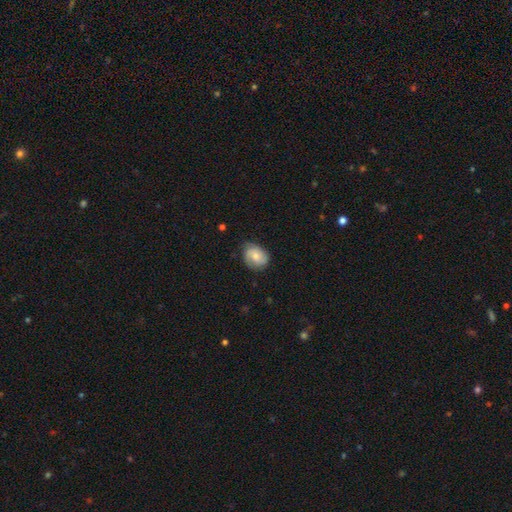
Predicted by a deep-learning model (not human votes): The model was most divided on "how rounded": round: 51%, in between: 48%, cigar-shaped: 1%. More confident: merging — none (67%); smooth or featured — smooth (59%).